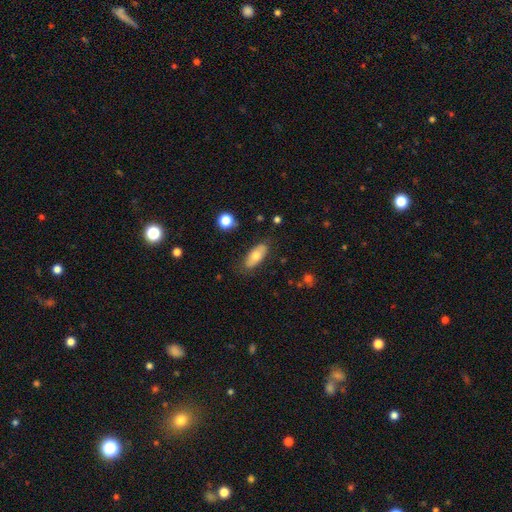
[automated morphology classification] A smooth galaxy with no disk features (71%) that is in between round and cigar-shaped (81%). Merging: none (81%).